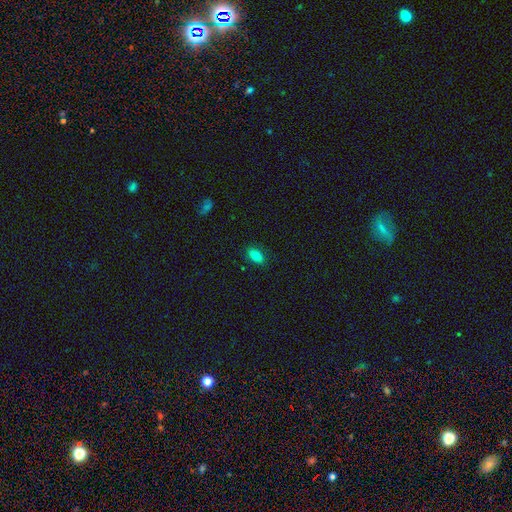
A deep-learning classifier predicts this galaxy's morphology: Q: Smooth or featured?
A: smooth (80%); runner-up: featured or disk (10%)
Q: How rounded?
A: in between (89%); runner-up: round (6%)
Q: Merging?
A: none (86%); runner-up: minor disturbance (11%)